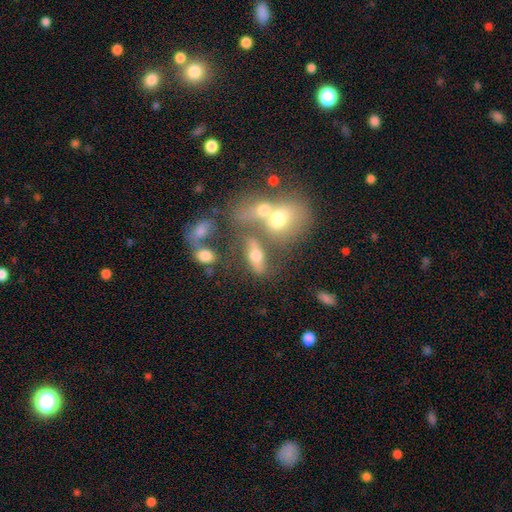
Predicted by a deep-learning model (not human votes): Q: Smooth or featured?
A: smooth (55%); runner-up: featured or disk (31%)
Q: How rounded?
A: in between (66%); runner-up: cigar-shaped (18%)
Q: Merging?
A: merger (42%); runner-up: none (36%)